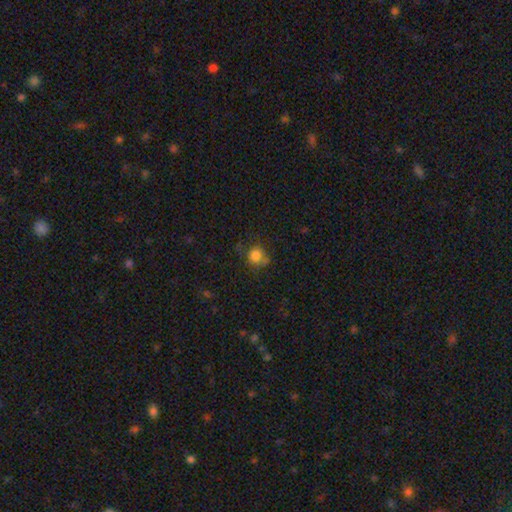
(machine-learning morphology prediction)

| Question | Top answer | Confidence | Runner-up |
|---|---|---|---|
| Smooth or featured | smooth | 81% | star or artifact (11%) |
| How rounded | round | 84% | in between (15%) |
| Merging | none | 62% | minor disturbance (24%) |